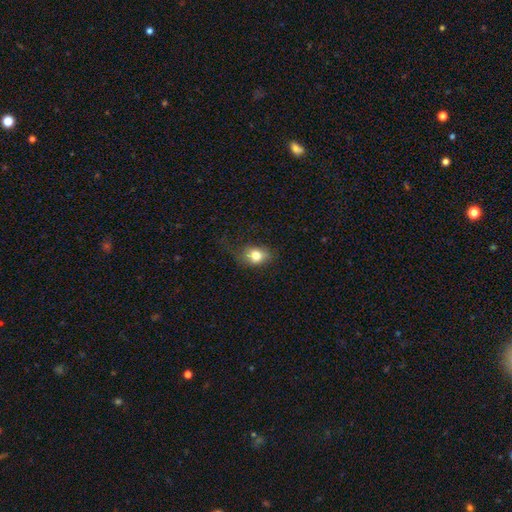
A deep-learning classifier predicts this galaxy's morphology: smooth-or-featured: smooth: 79% | featured or disk: 11% | star or artifact: 10%
  how-rounded: in between: 59% | round: 39% | cigar-shaped: 2%
  merging: none: 64% | minor disturbance: 23% | major disturbance: 12% | merger: 1%